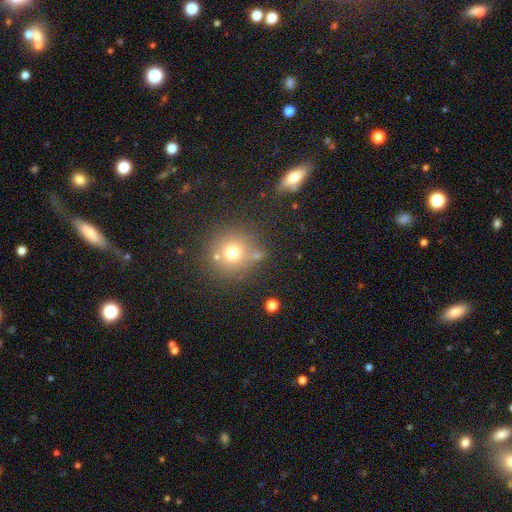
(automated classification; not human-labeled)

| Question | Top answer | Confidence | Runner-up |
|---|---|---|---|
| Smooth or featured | smooth | 67% | star or artifact (19%) |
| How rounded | round | 90% | in between (8%) |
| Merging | none | 74% | merger (11%) |